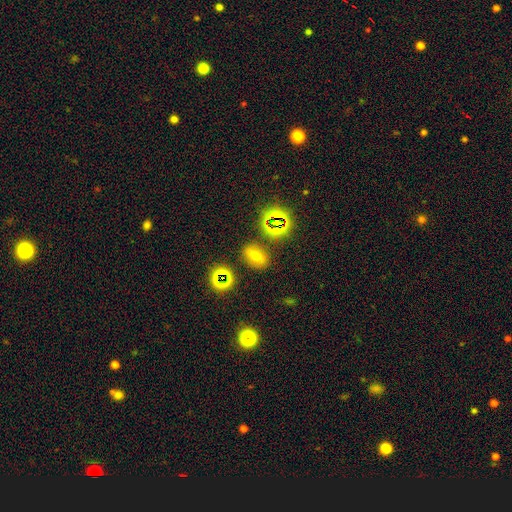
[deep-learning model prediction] smooth 54%, star or artifact 30%, featured or disk 16%. Down the decision tree: how rounded — in between (75%); merging — none (81%).